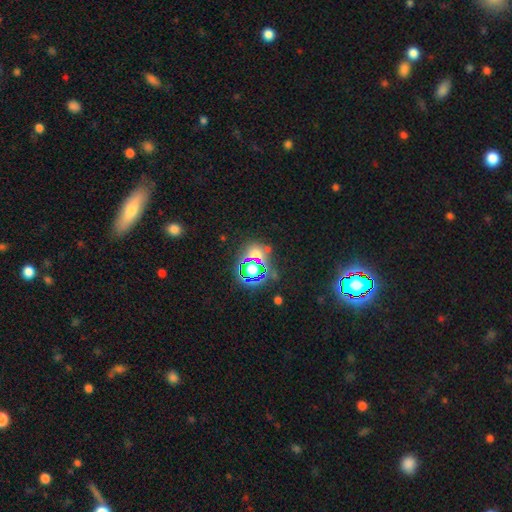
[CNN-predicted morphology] Q: Smooth or featured?
A: star or artifact (71%); runner-up: smooth (20%)